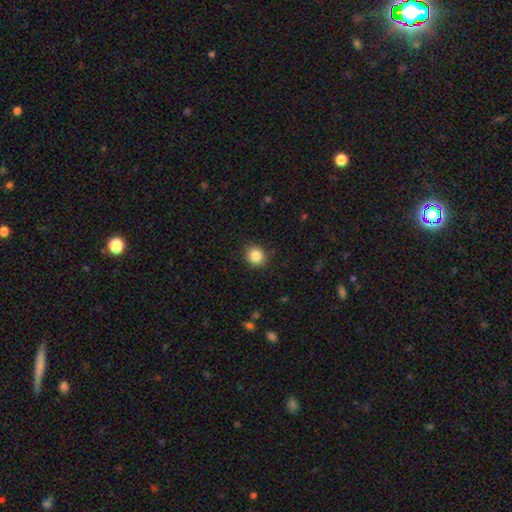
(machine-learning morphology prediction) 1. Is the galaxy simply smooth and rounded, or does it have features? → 86% smooth, 10% star or artifact, 4% featured or disk.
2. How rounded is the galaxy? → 83% round, 16% in between, 1% cigar-shaped.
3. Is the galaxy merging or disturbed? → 88% none, 8% minor disturbance, 3% major disturbance, 1% merger.